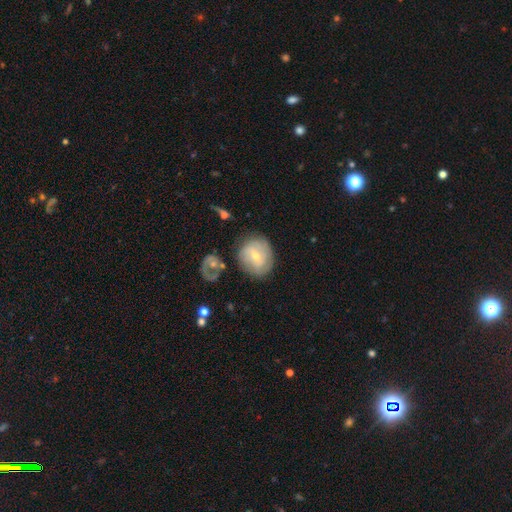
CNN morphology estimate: smooth-or-featured: featured or disk: 55% | smooth: 38% | star or artifact: 7%
  disk-edge-on: no: 96% | yes: 4%
    bar: no: 52% | weak: 40% | strong: 9%
    has-spiral-arms: yes: 73% | no: 27%
    bulge-size: small: 54% | moderate: 42% | large: 1% | none: 1% | dominant: 1%
  merging: none: 70% | minor disturbance: 18% | major disturbance: 6% | merger: 6%